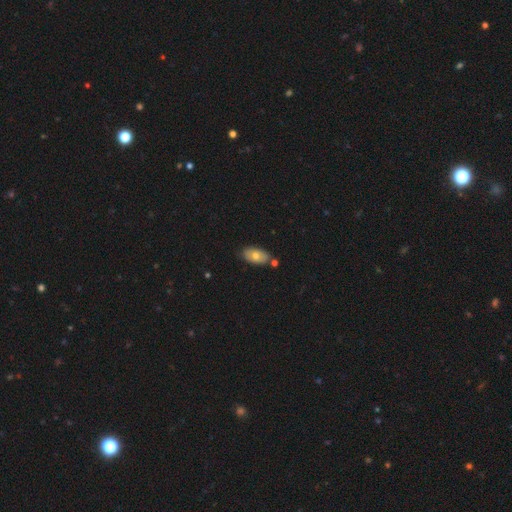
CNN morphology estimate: Smooth or featured? smooth (67%)
How rounded? in between (92%)
Merging? none (74%)